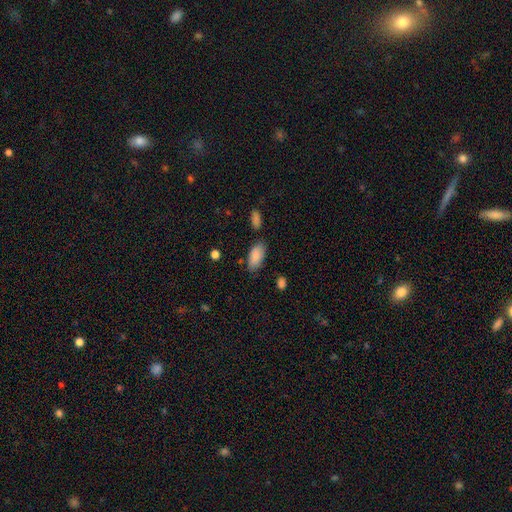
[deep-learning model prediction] This appears to be a smooth galaxy with no disk features (87%) that is in between round and cigar-shaped (91%). Merging: none (75%).